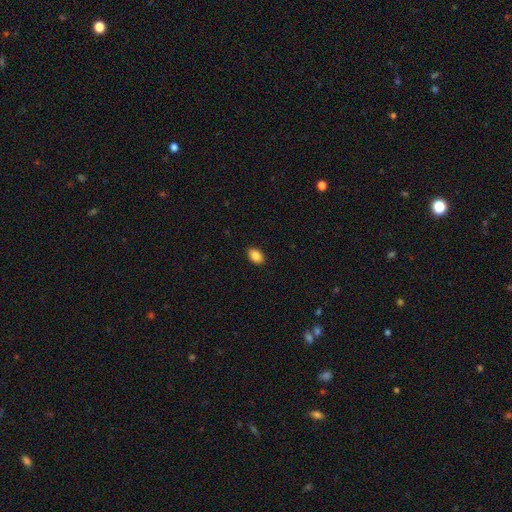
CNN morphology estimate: Smooth or featured: smooth — 87% (star or artifact — 8%)
How rounded: in between — 83% (round — 16%)
Merging: none — 89% (minor disturbance — 8%)